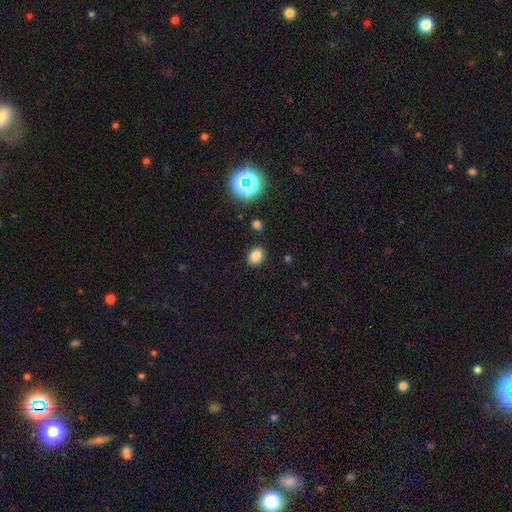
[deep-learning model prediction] A smooth galaxy with no disk features (81%) that is in between round and cigar-shaped (56%). Merging: none (86%).